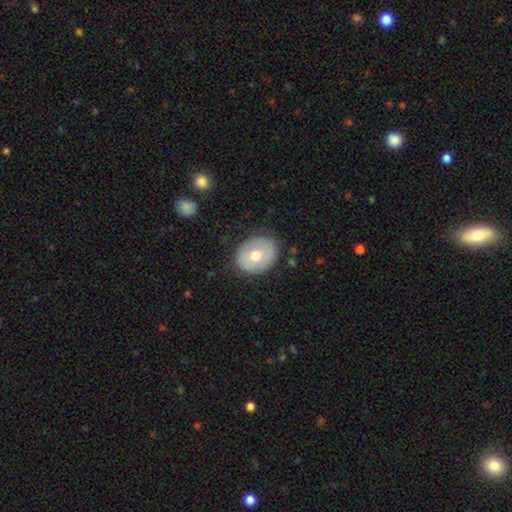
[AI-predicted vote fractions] smooth_or_featured: smooth (p=0.64) [alt: featured or disk p=0.28]
how_rounded: round (p=0.57) [alt: in between p=0.42]
merging: none (p=0.82) [alt: minor disturbance p=0.13]